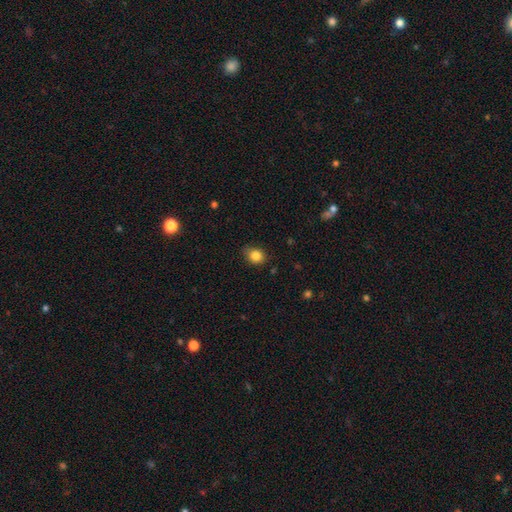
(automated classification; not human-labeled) smooth 83%, star or artifact 11%, featured or disk 6%. Down the decision tree: how rounded — round (62%); merging — none (74%).